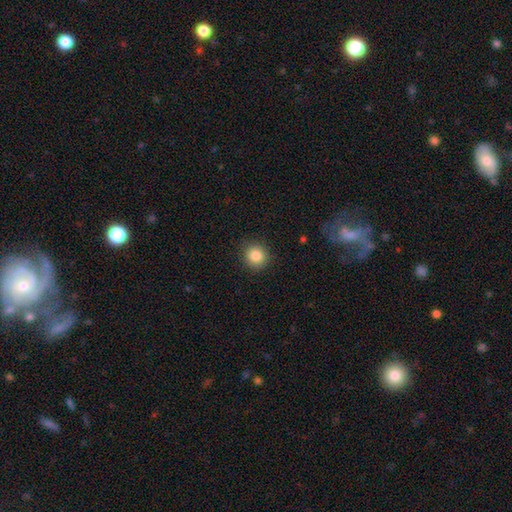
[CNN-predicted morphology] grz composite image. It shows a smooth galaxy with no disk features (84%) that is round (90%). Merging: none (89%).